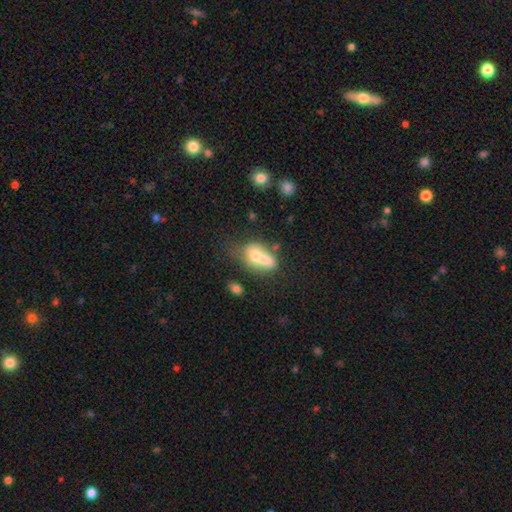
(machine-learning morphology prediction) smooth-or-featured: smooth: 62% | featured or disk: 28% | star or artifact: 10%
  how-rounded: in between: 78% | round: 12% | cigar-shaped: 10%
  merging: merger: 40% | none: 25% | minor disturbance: 19% | major disturbance: 16%